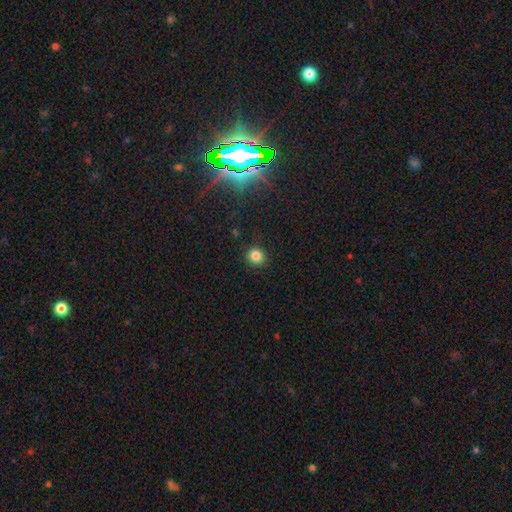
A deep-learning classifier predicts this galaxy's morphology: A smooth galaxy with no disk features (82%) that is round (91%). Merging: none (90%).